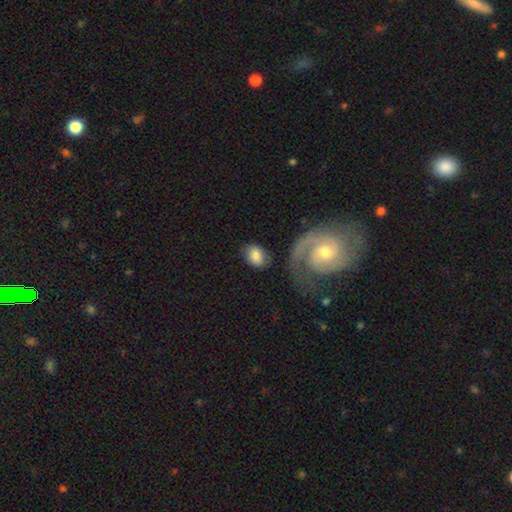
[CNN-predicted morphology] smooth_or_featured: smooth (p=0.78) [alt: featured or disk p=0.16]
how_rounded: in between (p=0.73) [alt: round p=0.25]
merging: none (p=0.70) [alt: minor disturbance p=0.15]